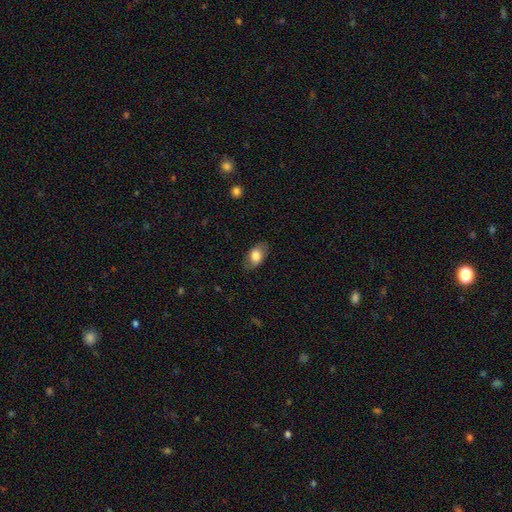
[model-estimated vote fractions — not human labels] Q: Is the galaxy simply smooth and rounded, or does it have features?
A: smooth — 75%.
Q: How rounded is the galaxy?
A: in between — 90%.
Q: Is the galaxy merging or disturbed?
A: none — 77%.